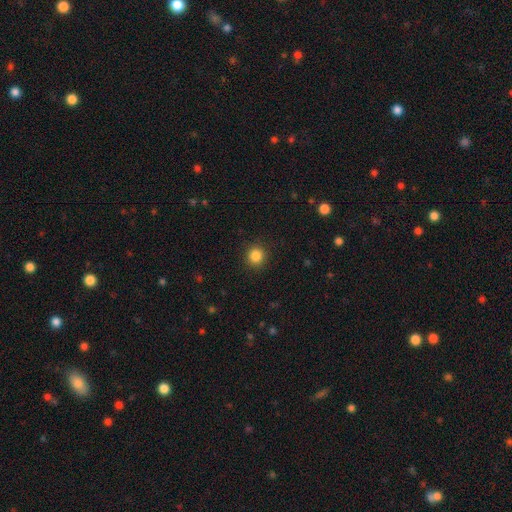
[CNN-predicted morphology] A smooth galaxy with no disk features (85%) that is round (92%). Merging: none (91%).